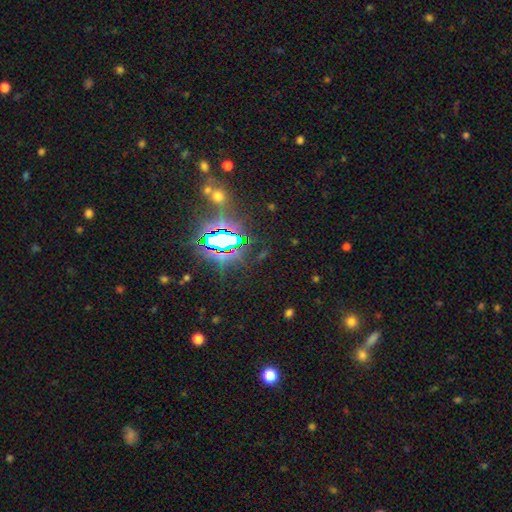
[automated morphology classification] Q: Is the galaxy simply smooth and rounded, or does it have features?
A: star or artifact — 80%.